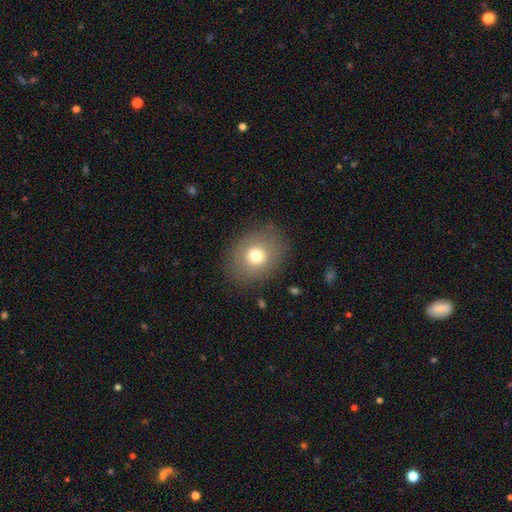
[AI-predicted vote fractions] Smooth or featured?
  - smooth: 72% *
  - featured or disk: 17%
  - star or artifact: 11%
How rounded?
  - round: 55% *
  - in between: 44%
  - cigar-shaped: 1%
Merging?
  - none: 83% *
  - minor disturbance: 11%
  - major disturbance: 5%
  - merger: 1%